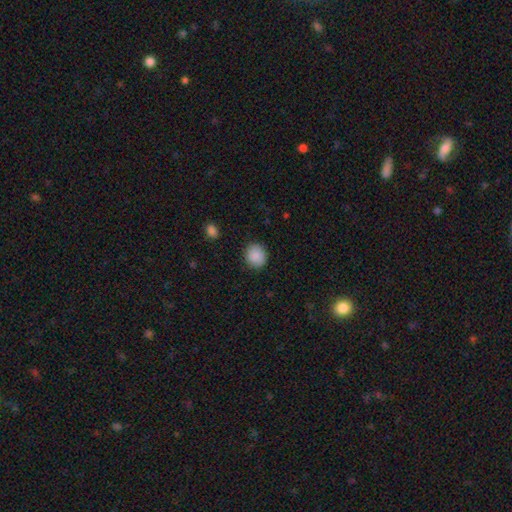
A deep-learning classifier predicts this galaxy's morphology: Smooth or featured?
  - smooth: 88% *
  - star or artifact: 7%
  - featured or disk: 4%
How rounded?
  - round: 83% *
  - in between: 16%
  - cigar-shaped: 1%
Merging?
  - none: 88% *
  - minor disturbance: 9%
  - major disturbance: 2%
  - merger: 1%